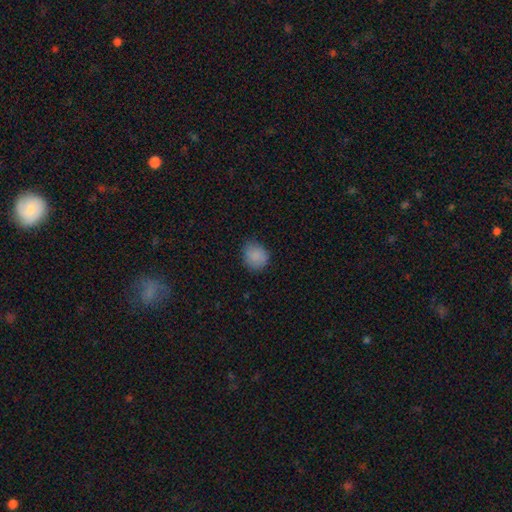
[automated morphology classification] smooth 86%, star or artifact 9%, featured or disk 5%. Down the decision tree: how rounded — round (75%); merging — none (76%).